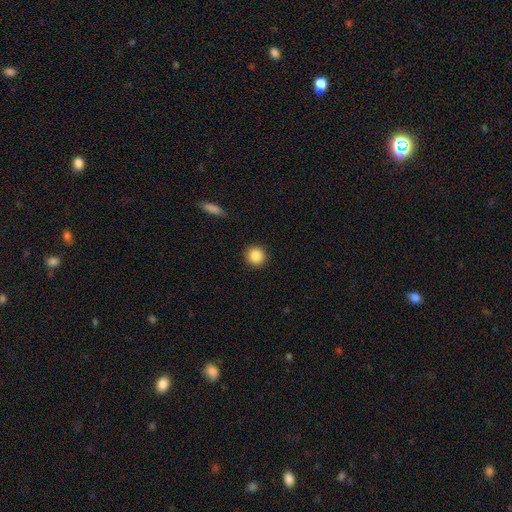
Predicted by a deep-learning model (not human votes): The model was most divided on "smooth or featured": smooth: 87%, star or artifact: 9%, featured or disk: 4%. More confident: how rounded — round (93%); merging — none (91%).